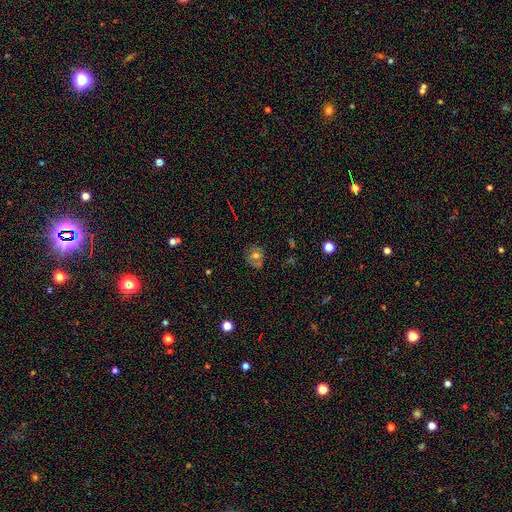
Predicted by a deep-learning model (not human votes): smooth-or-featured: smooth: 51% | featured or disk: 31% | star or artifact: 17%
  how-rounded: round: 79% | in between: 20% | cigar-shaped: 1%
  merging: none: 72% | minor disturbance: 18% | major disturbance: 7% | merger: 3%